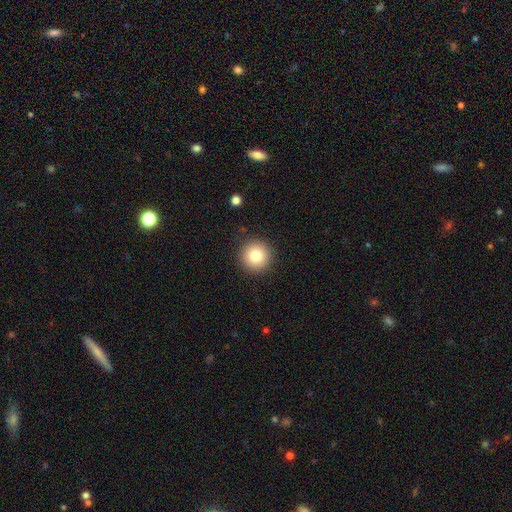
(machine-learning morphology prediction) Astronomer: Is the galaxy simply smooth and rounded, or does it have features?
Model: smooth — 82%.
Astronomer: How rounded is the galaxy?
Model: round — 96%.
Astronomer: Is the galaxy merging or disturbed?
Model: none — 91%.